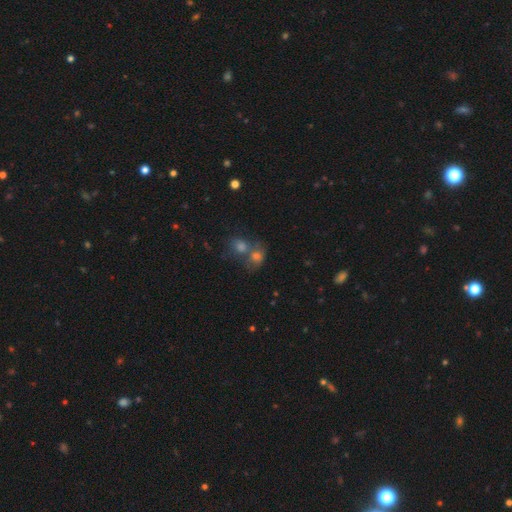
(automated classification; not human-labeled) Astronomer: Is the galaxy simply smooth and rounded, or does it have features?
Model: smooth — 61%.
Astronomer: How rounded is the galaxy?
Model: round — 66%.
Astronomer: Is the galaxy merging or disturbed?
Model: merger — 50% (runner-up: none, 37%).